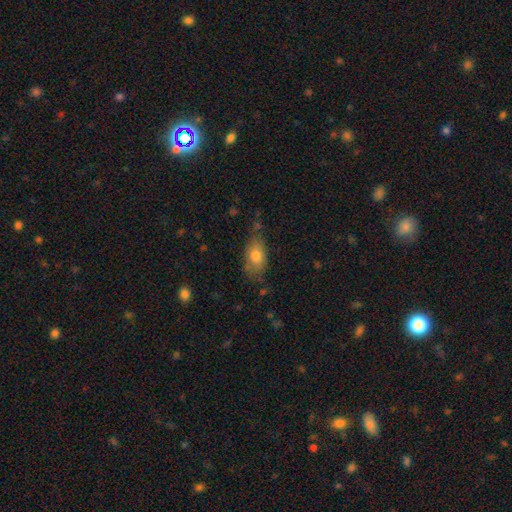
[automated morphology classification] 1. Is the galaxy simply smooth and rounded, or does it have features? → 76% smooth, 16% featured or disk, 8% star or artifact.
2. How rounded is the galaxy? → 86% in between, 9% round, 5% cigar-shaped.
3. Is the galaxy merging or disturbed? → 61% none, 27% minor disturbance, 8% major disturbance, 3% merger.